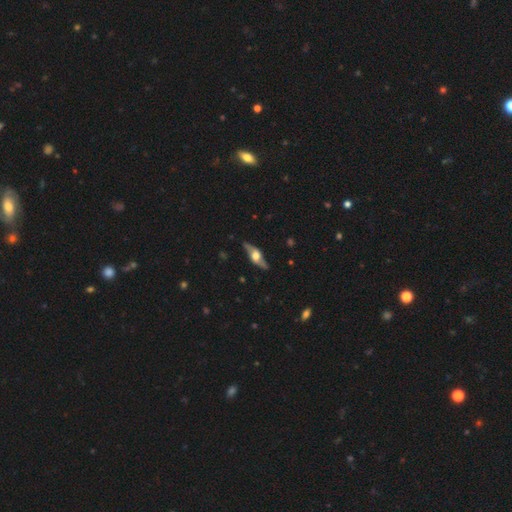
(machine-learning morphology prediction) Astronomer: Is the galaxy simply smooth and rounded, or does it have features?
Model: featured or disk — 73%.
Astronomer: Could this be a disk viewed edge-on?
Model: yes — 78%.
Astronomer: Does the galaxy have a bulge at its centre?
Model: rounded — 93%.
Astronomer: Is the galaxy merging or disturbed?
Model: none — 82%.